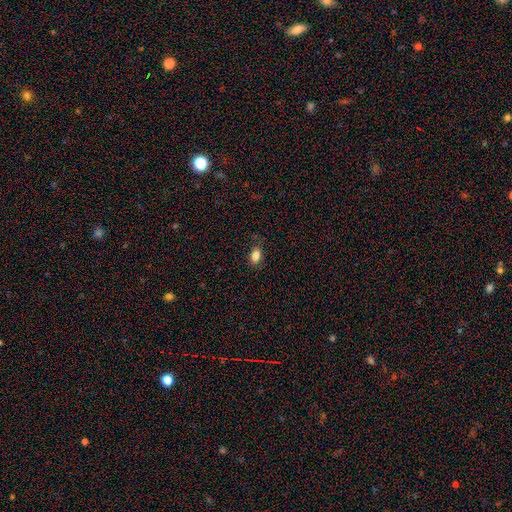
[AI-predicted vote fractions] Q: Smooth or featured?
A: smooth (85%); runner-up: star or artifact (10%)
Q: How rounded?
A: in between (83%); runner-up: round (15%)
Q: Merging?
A: none (83%); runner-up: minor disturbance (13%)